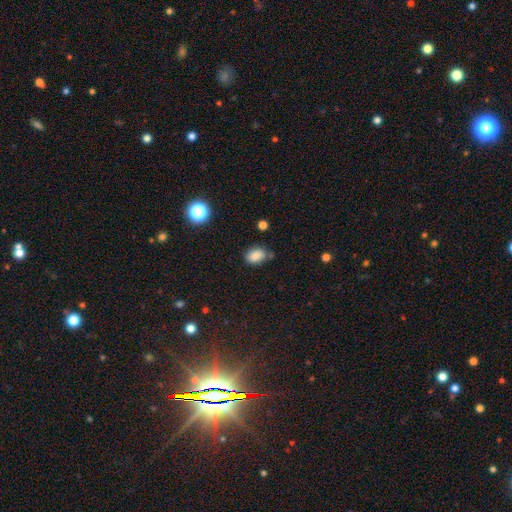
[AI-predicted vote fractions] Smooth or featured: smooth — 83% (star or artifact — 10%)
How rounded: in between — 79% (round — 20%)
Merging: none — 64% (minor disturbance — 25%)